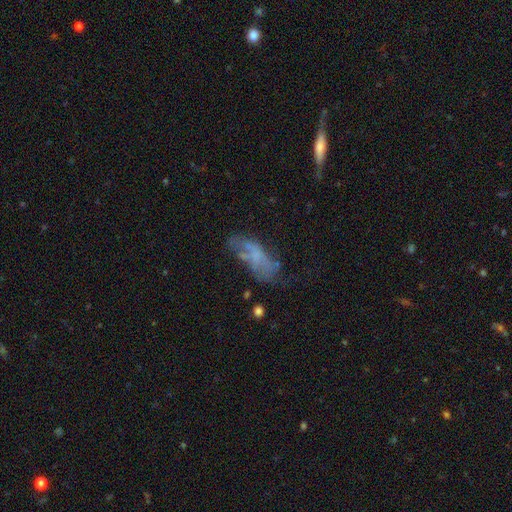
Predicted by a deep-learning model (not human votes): This is possibly a featured or disk galaxy (46%). Merging: marginally none (40%).